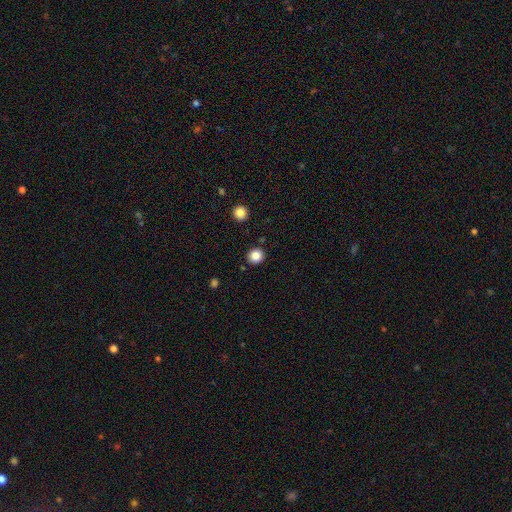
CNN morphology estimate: Smooth or featured? smooth (85%)
How rounded? round (91%)
Merging? none (90%)